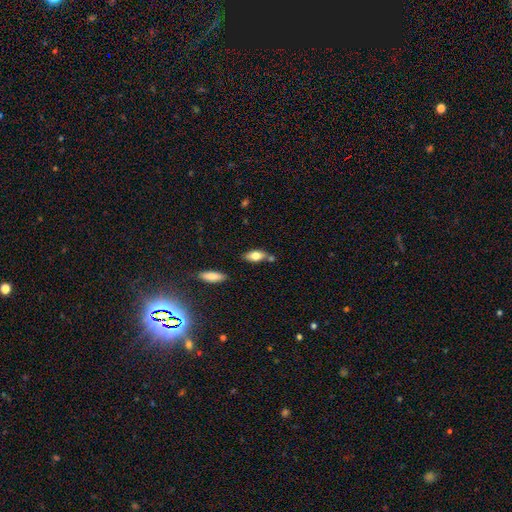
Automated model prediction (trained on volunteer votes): A smooth galaxy with no disk features (72%) that is in between round and cigar-shaped (81%).

Vote fractions:
- Smooth or featured? smooth: 72% / featured or disk: 21% / star or artifact: 7%
- How rounded? in between: 81% / cigar-shaped: 15% / round: 4%
- Merging? none: 62% / minor disturbance: 17% / merger: 17% / major disturbance: 4%